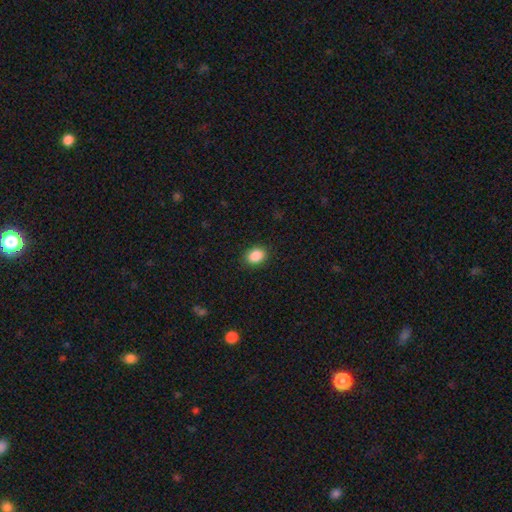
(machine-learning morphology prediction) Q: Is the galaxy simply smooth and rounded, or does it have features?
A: smooth — 88%.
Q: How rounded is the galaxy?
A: in between — 67%.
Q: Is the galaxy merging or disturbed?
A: none — 89%.